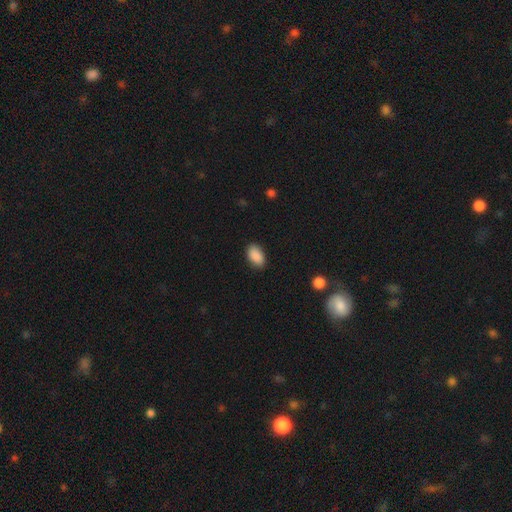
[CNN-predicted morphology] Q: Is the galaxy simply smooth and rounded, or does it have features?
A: smooth — 90%.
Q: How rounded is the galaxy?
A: in between — 93%.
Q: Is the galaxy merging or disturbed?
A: none — 87%.